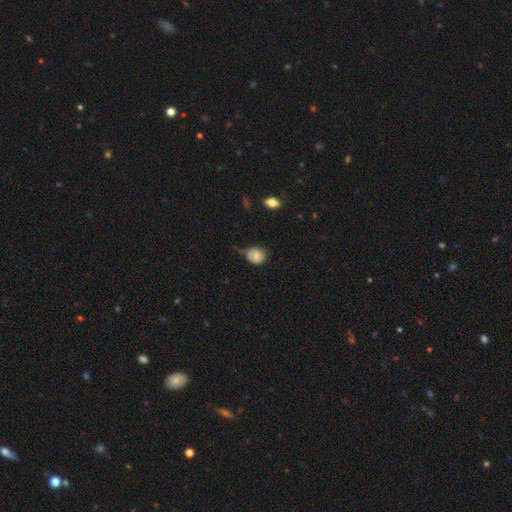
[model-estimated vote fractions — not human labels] Smooth or featured? smooth (75%)
How rounded? round (70%)
Merging? minor disturbance (43%)